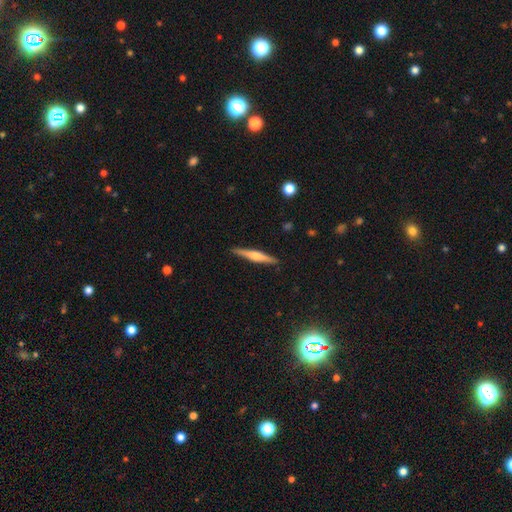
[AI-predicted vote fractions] featured or disk 58%, smooth 35%, star or artifact 6%. Down the decision tree: edge-on disk — yes (98%); edge-on bulge — rounded (75%); merging — none (90%).